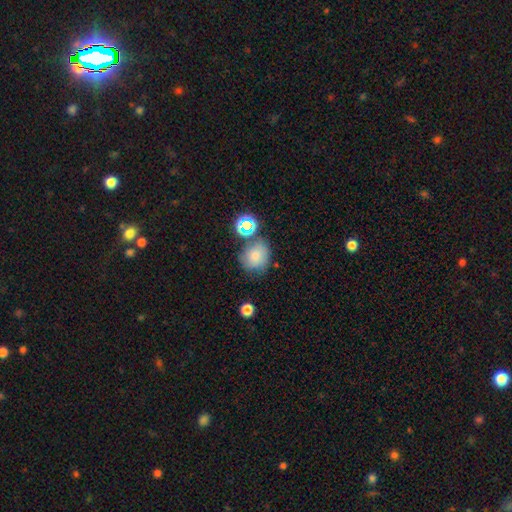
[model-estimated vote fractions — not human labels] smooth_or_featured: smooth (p=0.73) [alt: star or artifact p=0.16]
how_rounded: round (p=0.70) [alt: in between p=0.29]
merging: none (p=0.61) [alt: minor disturbance p=0.18]